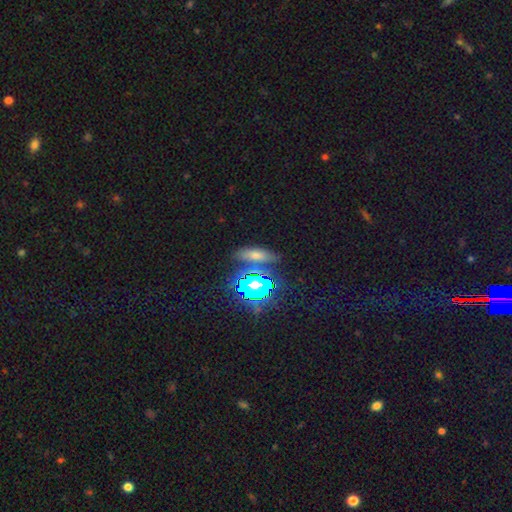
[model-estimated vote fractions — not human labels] smooth 45%, star or artifact 34%, featured or disk 21%. Down the decision tree: merging — none (75%).